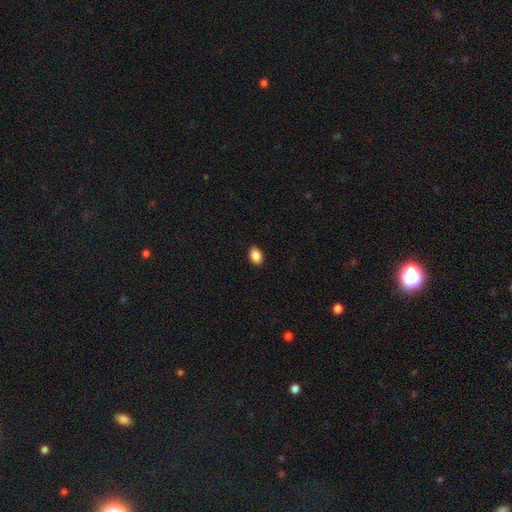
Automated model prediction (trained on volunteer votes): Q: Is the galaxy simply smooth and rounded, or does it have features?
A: smooth — 89%.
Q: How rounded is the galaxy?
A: in between — 87%.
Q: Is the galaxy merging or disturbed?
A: none — 90%.